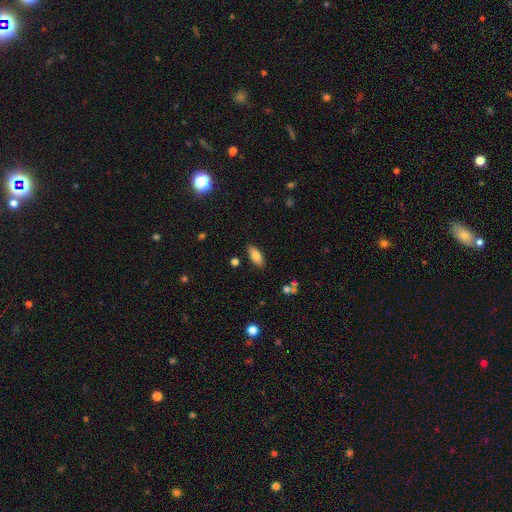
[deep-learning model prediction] smooth 80%, featured or disk 12%, star or artifact 7%. Down the decision tree: how rounded — in between (81%); merging — none (86%).